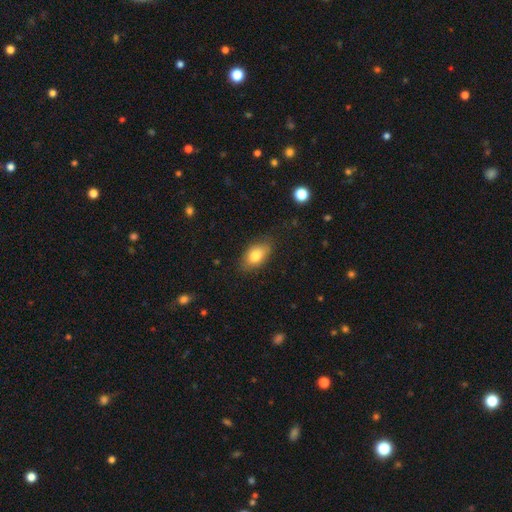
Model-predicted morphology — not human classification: This is likely a smooth galaxy (79%). How rounded: clearly in between (89%). Merging: likely none (79%).